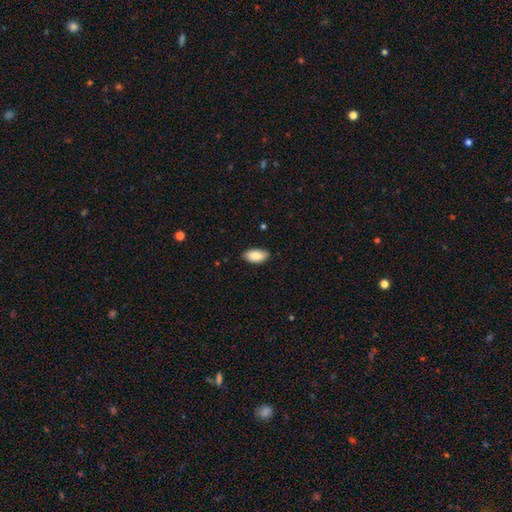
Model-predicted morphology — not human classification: smooth_or_featured: smooth (p=0.88) [alt: star or artifact p=0.06]
how_rounded: in between (p=0.95) [alt: cigar-shaped p=0.03]
merging: none (p=0.86) [alt: minor disturbance p=0.11]